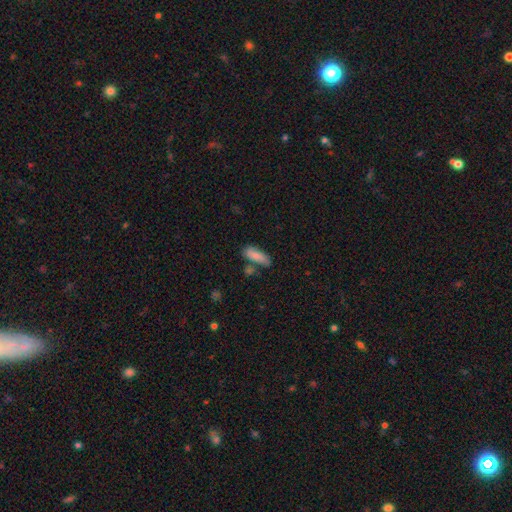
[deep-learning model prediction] A smooth galaxy with no disk features (82%) that is in between round and cigar-shaped (67%).

Vote fractions:
- Smooth or featured? smooth: 82% / featured or disk: 12% / star or artifact: 7%
- How rounded? in between: 67% / cigar-shaped: 31% / round: 2%
- Merging? none: 61% / minor disturbance: 21% / merger: 13% / major disturbance: 5%